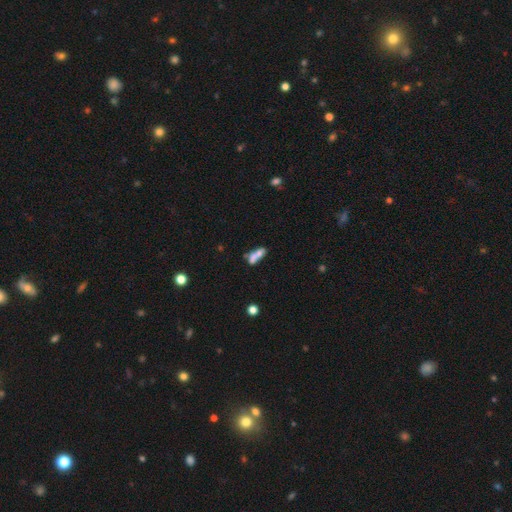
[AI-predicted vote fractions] This is possibly a smooth galaxy (57%). How rounded: possibly in between (58%). Merging: possibly merger (50%).